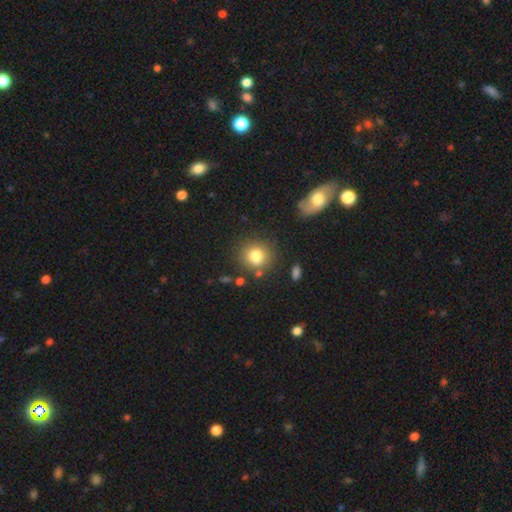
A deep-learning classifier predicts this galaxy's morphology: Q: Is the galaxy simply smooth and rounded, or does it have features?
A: smooth — 81%.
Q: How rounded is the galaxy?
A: round — 85%.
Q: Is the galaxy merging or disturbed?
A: none — 81%.